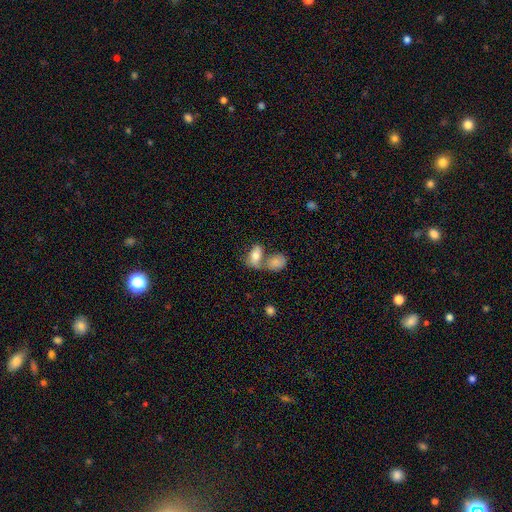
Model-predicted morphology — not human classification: Smooth or featured? smooth (75%)
How rounded? in between (87%)
Merging? merger (56%)